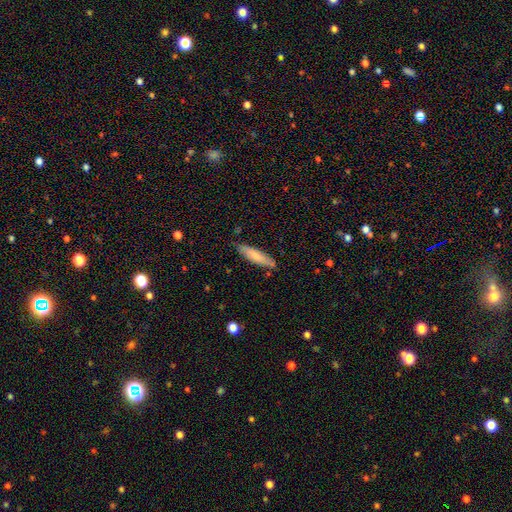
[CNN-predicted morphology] The model was most divided on "smooth or featured": smooth: 75%, featured or disk: 19%, star or artifact: 6%. More confident: merging — none (82%); how rounded — cigar-shaped (78%).